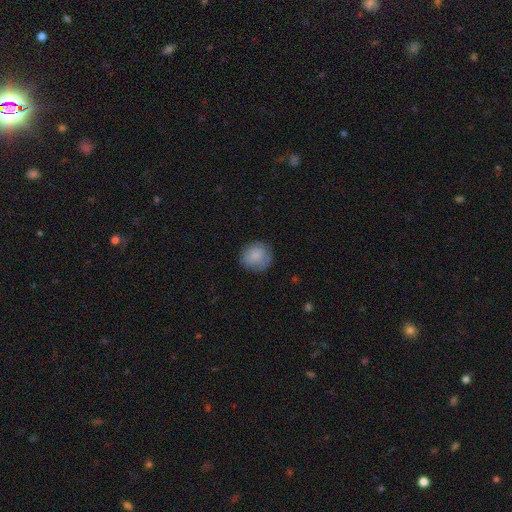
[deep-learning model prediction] Q: Smooth or featured?
A: smooth (82%); runner-up: featured or disk (11%)
Q: How rounded?
A: round (87%); runner-up: in between (12%)
Q: Merging?
A: none (78%); runner-up: minor disturbance (16%)